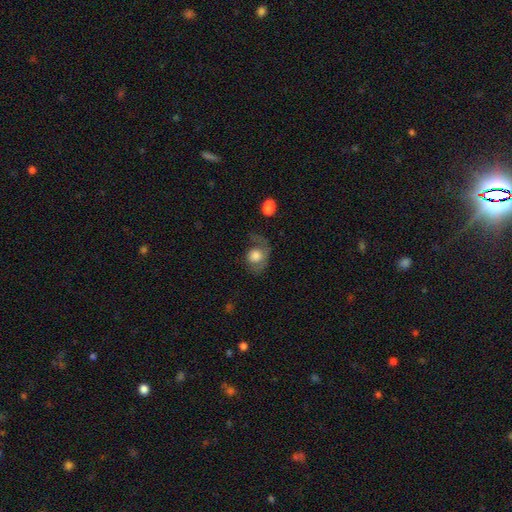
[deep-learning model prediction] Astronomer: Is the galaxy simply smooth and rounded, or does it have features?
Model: smooth — 61%.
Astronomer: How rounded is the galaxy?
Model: round — 60% (runner-up: in between, 39%).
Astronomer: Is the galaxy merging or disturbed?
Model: major disturbance — 41% (runner-up: none, 32%).